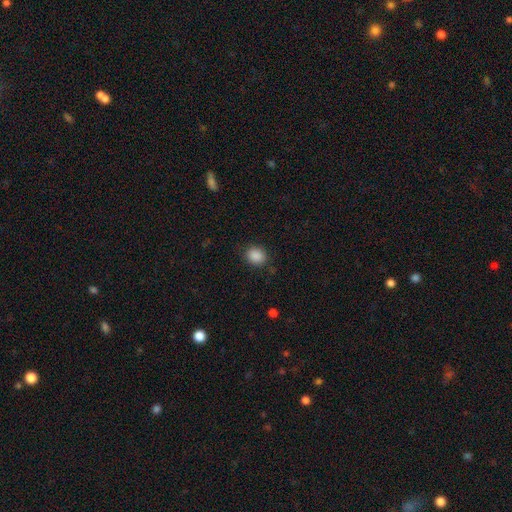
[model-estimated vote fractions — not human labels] smooth 88%, star or artifact 9%, featured or disk 3%. Down the decision tree: how rounded — round (63%); merging — none (85%).